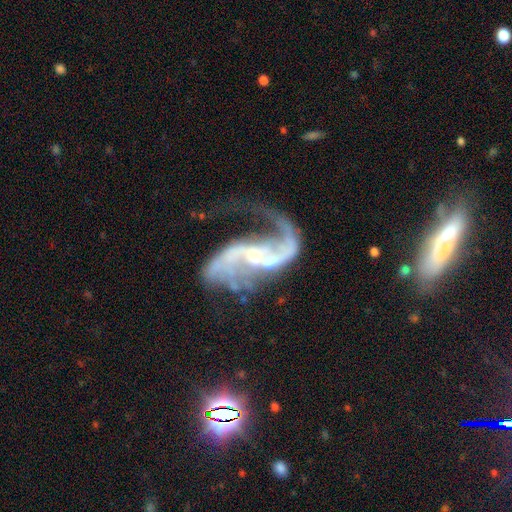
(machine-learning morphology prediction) featured or disk 89%, star or artifact 7%, smooth 4%. Down the decision tree: edge-on disk — no (97%); bar — weak (41%); spiral arms — yes (95%); spiral arm count — 2 (81%); spiral winding — loose (72%); bulge size — small (59%); merging — none (36%).